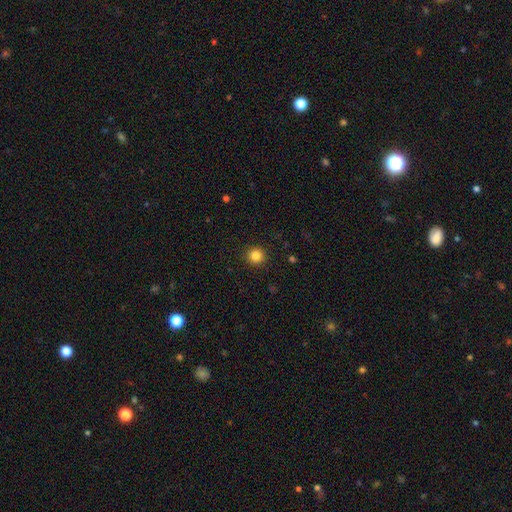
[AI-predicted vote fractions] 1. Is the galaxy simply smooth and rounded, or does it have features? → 84% smooth, 12% star or artifact, 5% featured or disk.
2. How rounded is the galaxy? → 95% round, 4% in between, 1% cigar-shaped.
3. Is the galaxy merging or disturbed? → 93% none, 5% minor disturbance, 2% major disturbance, 1% merger.